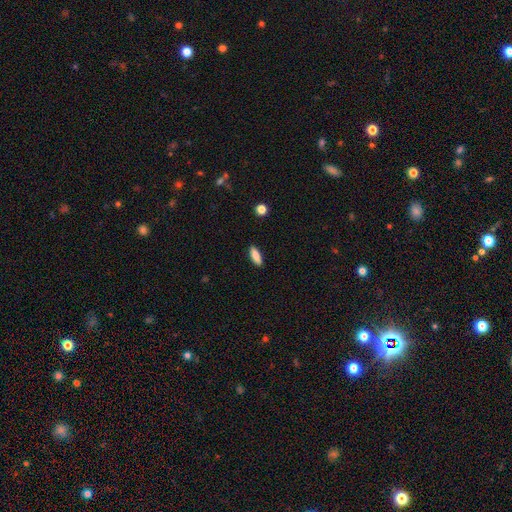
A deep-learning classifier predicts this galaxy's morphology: Smooth or featured? Predicted: smooth (p=0.86). How rounded? Predicted: in between (p=0.58). Merging? Predicted: none (p=0.89).